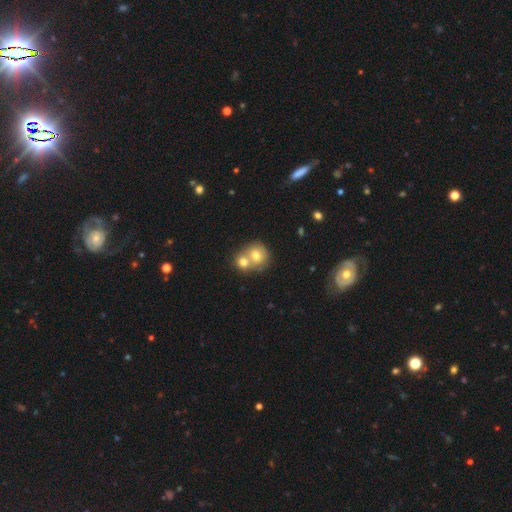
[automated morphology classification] A smooth galaxy with no disk features (71%) that is round (81%).

Vote fractions:
- Smooth or featured? smooth: 71% / featured or disk: 20% / star or artifact: 10%
- How rounded? round: 81% / in between: 18% / cigar-shaped: 1%
- Merging? merger: 64% / none: 29% / minor disturbance: 6% / major disturbance: 2%